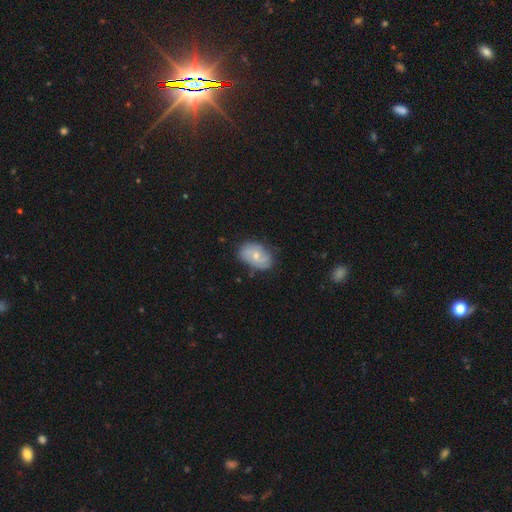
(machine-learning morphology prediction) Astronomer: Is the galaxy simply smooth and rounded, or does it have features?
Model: featured or disk — 51% (runner-up: smooth, 42%).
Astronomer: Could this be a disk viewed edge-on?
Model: no — 96%.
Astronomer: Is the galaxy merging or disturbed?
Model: none — 69%.